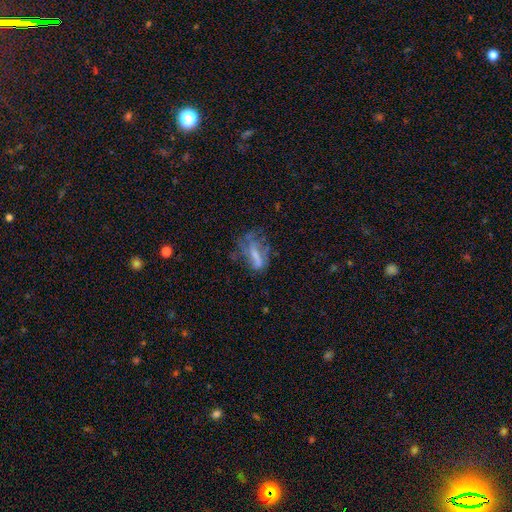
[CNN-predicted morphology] Smooth or featured? Predicted: featured or disk (p=0.50). Merging? Predicted: none (p=0.44).